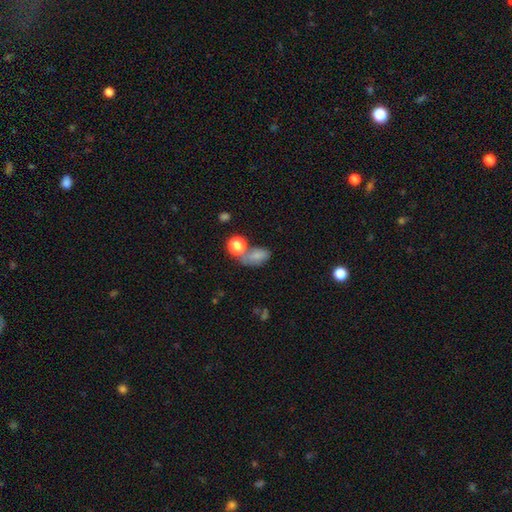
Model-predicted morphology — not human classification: smooth-or-featured: smooth: 75% | star or artifact: 14% | featured or disk: 12%
  how-rounded: in between: 82% | round: 15% | cigar-shaped: 3%
  merging: none: 41% | merger: 27% | minor disturbance: 19% | major disturbance: 12%